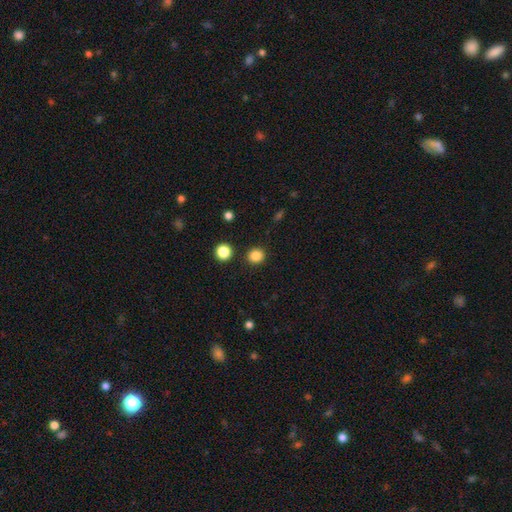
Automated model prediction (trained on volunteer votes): Q: Smooth or featured?
A: smooth (85%); runner-up: star or artifact (12%)
Q: How rounded?
A: round (87%); runner-up: in between (12%)
Q: Merging?
A: none (90%); runner-up: minor disturbance (6%)